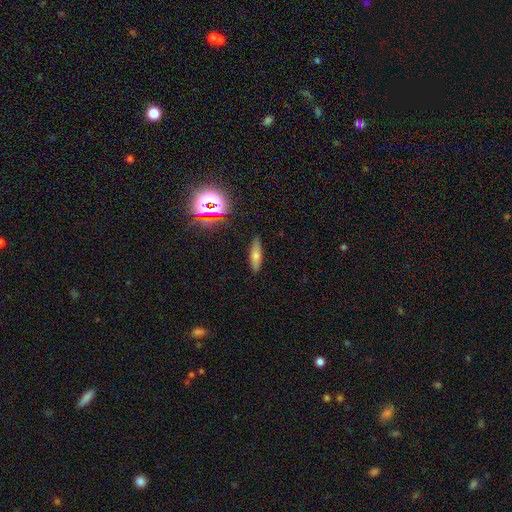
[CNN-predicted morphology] A smooth galaxy with no disk features (63%) that is cigar-shaped (59%). Merging: none (86%).